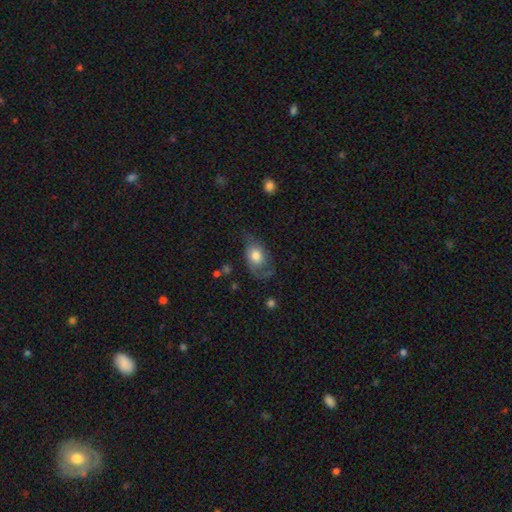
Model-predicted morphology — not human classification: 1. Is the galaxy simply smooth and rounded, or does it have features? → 46% smooth (tied), 46% featured or disk (tied), 7% star or artifact.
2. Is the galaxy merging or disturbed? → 49% none, 28% minor disturbance, 21% major disturbance, 2% merger.